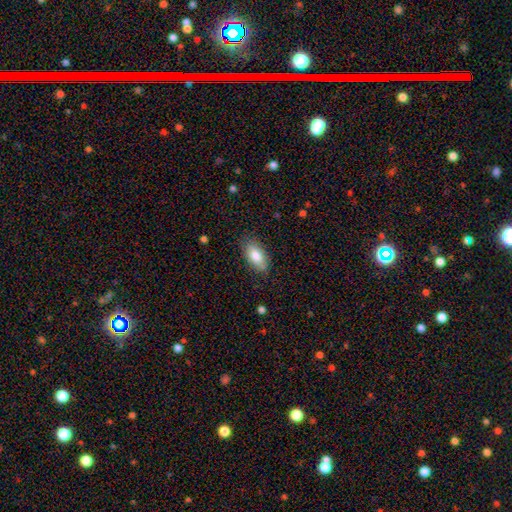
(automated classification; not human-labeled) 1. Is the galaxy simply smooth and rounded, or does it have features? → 80% smooth, 13% featured or disk, 7% star or artifact.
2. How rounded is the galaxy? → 91% in between, 6% cigar-shaped, 3% round.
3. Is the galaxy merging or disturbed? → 81% none, 15% minor disturbance, 3% major disturbance, 1% merger.